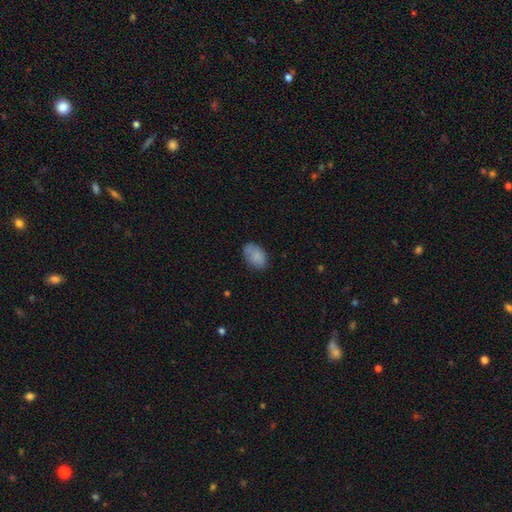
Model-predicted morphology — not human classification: Smooth or featured?
  - smooth: 84% *
  - star or artifact: 8%
  - featured or disk: 8%
How rounded?
  - in between: 88% *
  - round: 11%
  - cigar-shaped: 1%
Merging?
  - none: 75% *
  - minor disturbance: 19%
  - major disturbance: 4%
  - merger: 1%